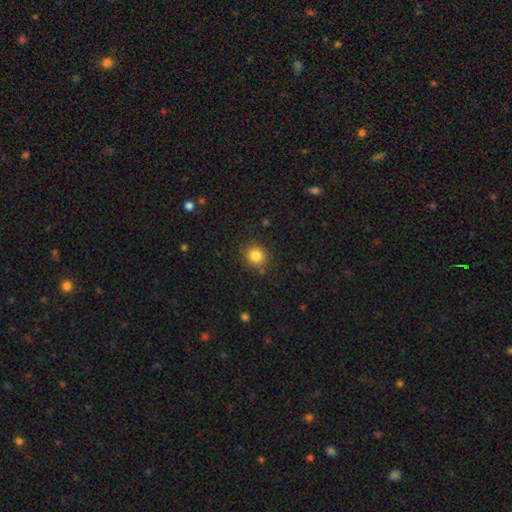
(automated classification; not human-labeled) A smooth galaxy with no disk features (83%) that is round (86%). Merging: none (85%).